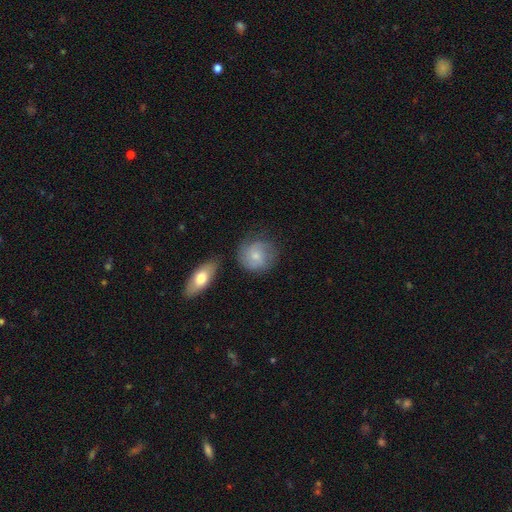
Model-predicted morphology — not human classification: smooth_or_featured: smooth (p=0.57) [alt: featured or disk p=0.36]
how_rounded: round (p=0.82) [alt: in between p=0.16]
merging: none (p=0.67) [alt: minor disturbance p=0.20]